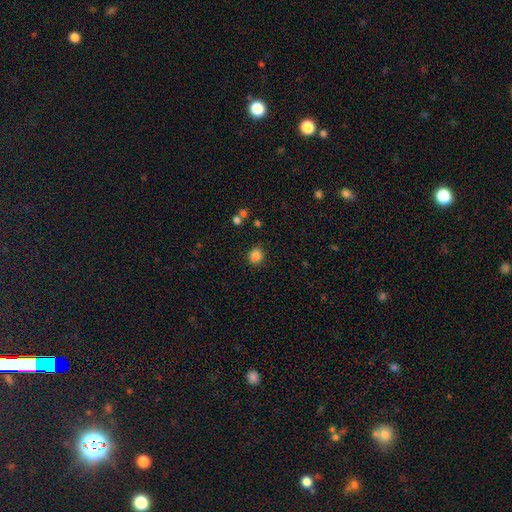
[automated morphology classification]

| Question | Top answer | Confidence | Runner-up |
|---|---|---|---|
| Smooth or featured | smooth | 84% | star or artifact (12%) |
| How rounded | round | 80% | in between (19%) |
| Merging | none | 83% | minor disturbance (11%) |